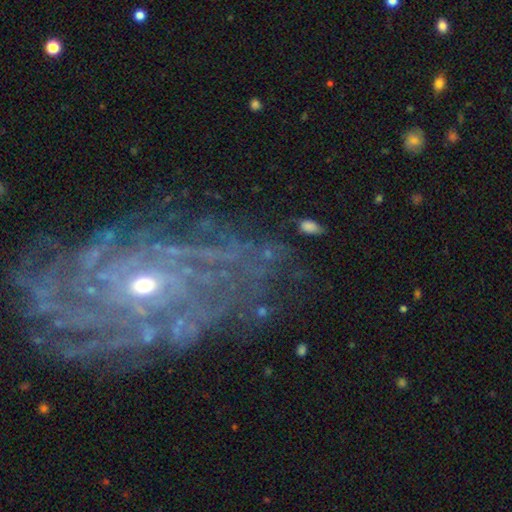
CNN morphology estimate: type=featured or disk (86%); edge-on=no (95%); bar=no (63%); spiral arms=yes (95%); winding=tight (75%); arm count=more than 4 (32%); bulge=small (61%); merging=none (74%).